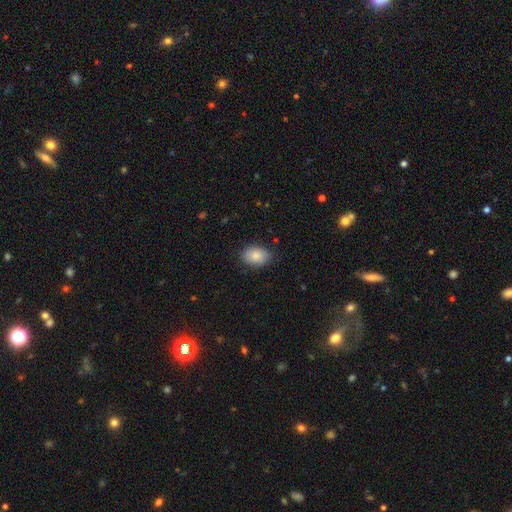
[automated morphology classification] A smooth galaxy with no disk features (86%) that is in between round and cigar-shaped (76%). Merging: none (82%).